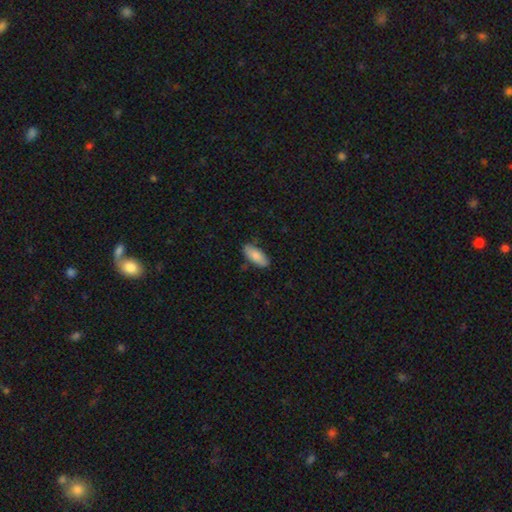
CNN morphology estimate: The model was most divided on "how rounded": in between: 81%, cigar-shaped: 17%, round: 2%. More confident: smooth or featured — smooth (86%); merging — none (82%).